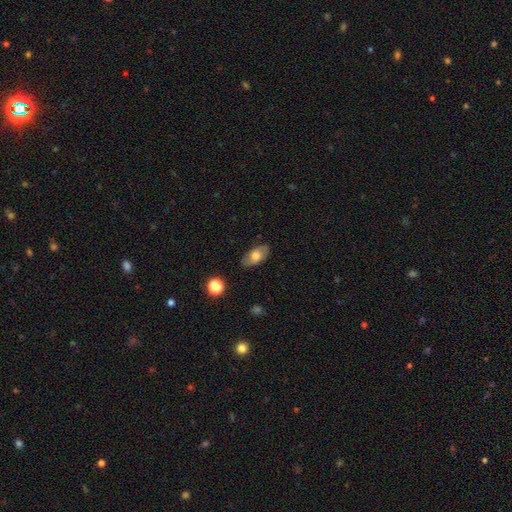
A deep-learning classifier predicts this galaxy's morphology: This is possibly a smooth galaxy (56%). How rounded: clearly in between (90%). Merging: clearly none (83%).